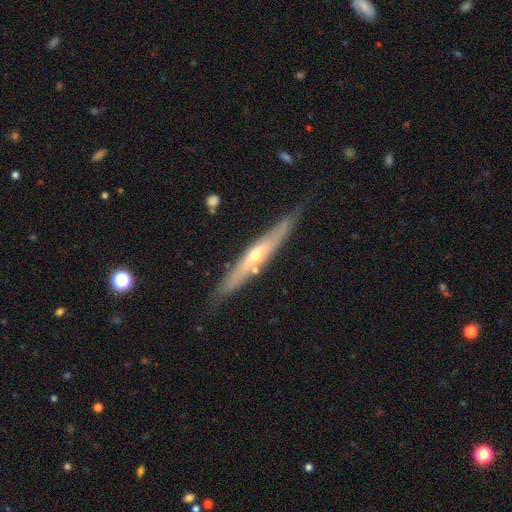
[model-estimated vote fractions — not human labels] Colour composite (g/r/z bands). It shows a featured or disk galaxy (65%) viewed edge-on (87%) with a rounded central bulge (79%). Merging: none (79%).